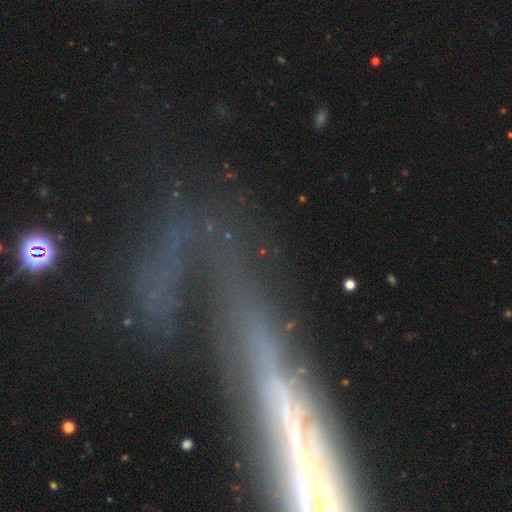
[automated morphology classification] The model was most divided on "merging": none: 53%, major disturbance: 24%, minor disturbance: 16%, merger: 6%. More confident: edge-on disk — yes (68%); smooth or featured — featured or disk (64%).